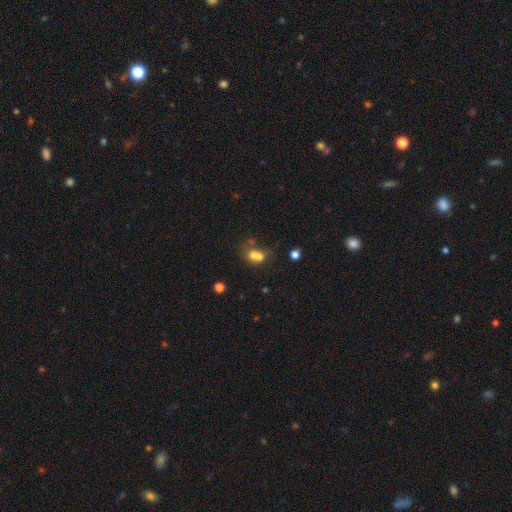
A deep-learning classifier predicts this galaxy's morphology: Overall: smooth (66%). How rounded: round (60%; in between 39%). Merging: merger (62%; none 24%).